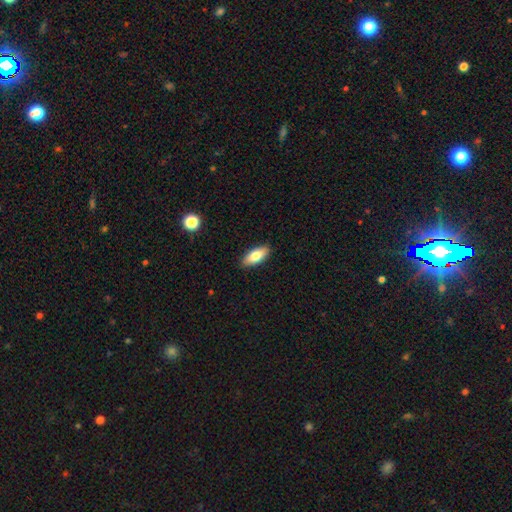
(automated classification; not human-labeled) A smooth galaxy with no disk features (75%) that is in between round and cigar-shaped (80%). Merging: none (90%).